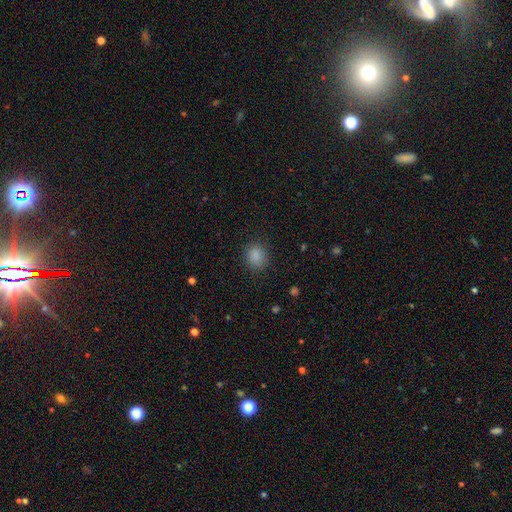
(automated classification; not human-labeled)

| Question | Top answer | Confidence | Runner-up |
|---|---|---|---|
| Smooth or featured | smooth | 86% | star or artifact (11%) |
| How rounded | round | 71% | in between (28%) |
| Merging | none | 86% | minor disturbance (10%) |